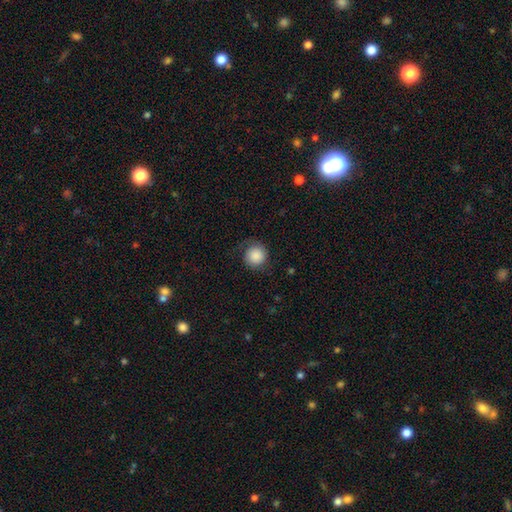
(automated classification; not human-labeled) Smooth or featured: smooth — 84% (featured or disk — 9%)
How rounded: round — 92% (in between — 7%)
Merging: none — 74% (minor disturbance — 16%)